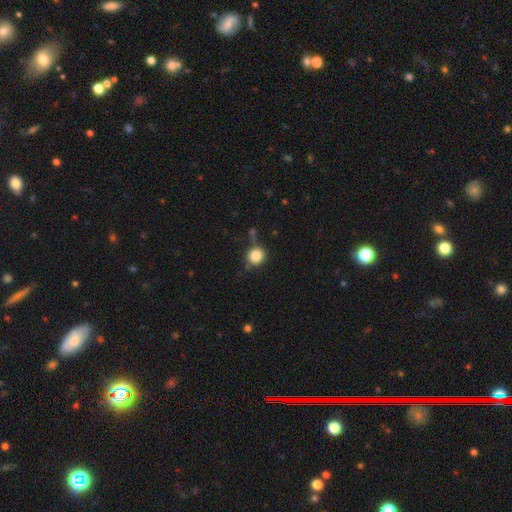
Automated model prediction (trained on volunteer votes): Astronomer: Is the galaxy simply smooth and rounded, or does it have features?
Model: smooth — 84%.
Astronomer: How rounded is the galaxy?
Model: round — 87%.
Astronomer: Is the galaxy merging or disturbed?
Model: none — 71%.